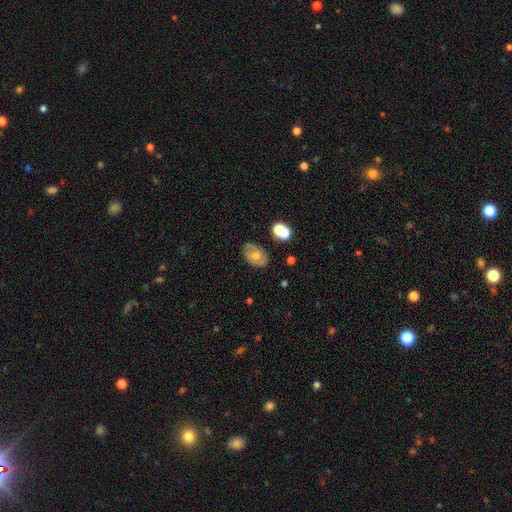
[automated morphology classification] A featured or disk galaxy (46%). Merging: none (72%).